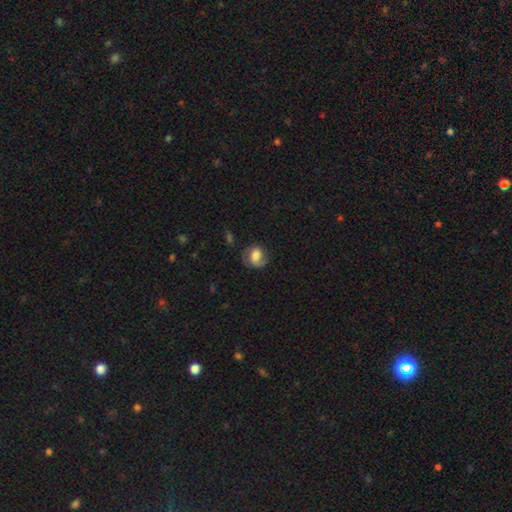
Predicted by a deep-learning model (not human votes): Smooth or featured?
  - featured or disk: 47% *
  - smooth: 45%
  - star or artifact: 8%
Merging?
  - none: 60% *
  - minor disturbance: 24%
  - major disturbance: 14%
  - merger: 2%